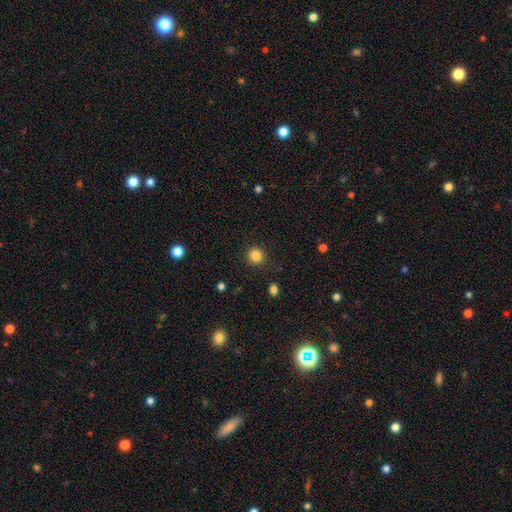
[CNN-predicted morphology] smooth_or_featured: smooth (p=0.84) [alt: star or artifact p=0.11]
how_rounded: round (p=0.92) [alt: in between p=0.07]
merging: none (p=0.89) [alt: minor disturbance p=0.07]